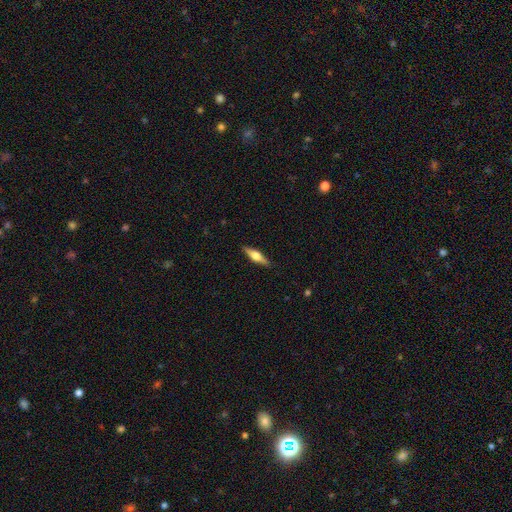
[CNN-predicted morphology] type=featured or disk (59%); edge-on=yes (96%); edge-on bulge=rounded (92%); merging=none (89%).